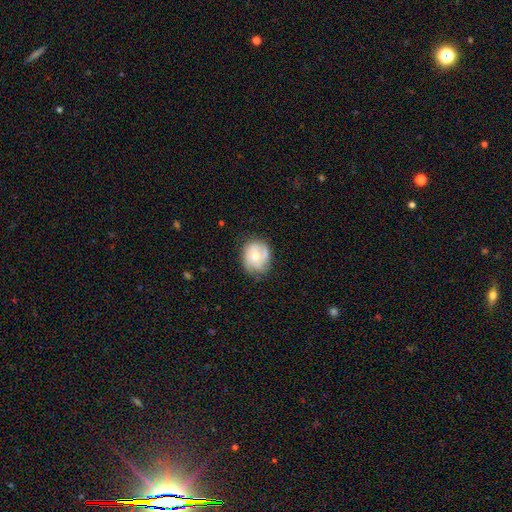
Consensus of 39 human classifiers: Q: Smooth or featured?
A: featured or disk (69%); runner-up: smooth (26%)
Q: Edge-on disk?
A: no (100%)
Q: Bar?
A: no (63%); runner-up: weak (22%)
Q: Spiral arms?
A: yes (85%); runner-up: no (15%)
Q: Spiral winding?
A: tight (48%); runner-up: medium (35%)
Q: Spiral arm count?
A: 2 (26%); tied with: 4 (26%)
Q: Bulge size?
A: moderate (78%); runner-up: small (11%)
Q: Merging?
A: none (70%); runner-up: minor disturbance (22%)